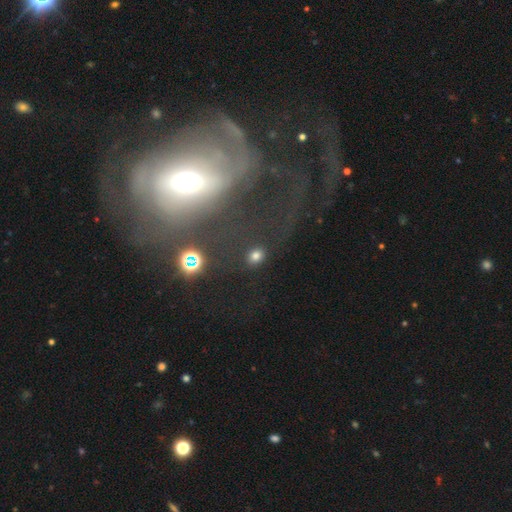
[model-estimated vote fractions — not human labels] Q: Smooth or featured?
A: smooth (74%); runner-up: star or artifact (19%)
Q: How rounded?
A: in between (50%); runner-up: round (48%)
Q: Merging?
A: none (85%); runner-up: minor disturbance (8%)